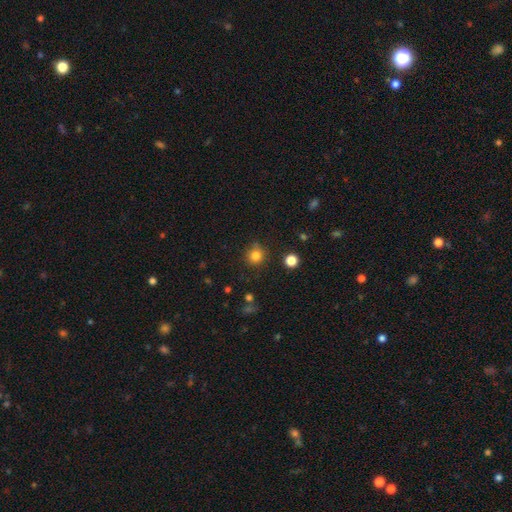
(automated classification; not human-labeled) smooth_or_featured: smooth (p=0.82) [alt: star or artifact p=0.13]
how_rounded: round (p=0.91) [alt: in between p=0.08]
merging: none (p=0.81) [alt: minor disturbance p=0.13]